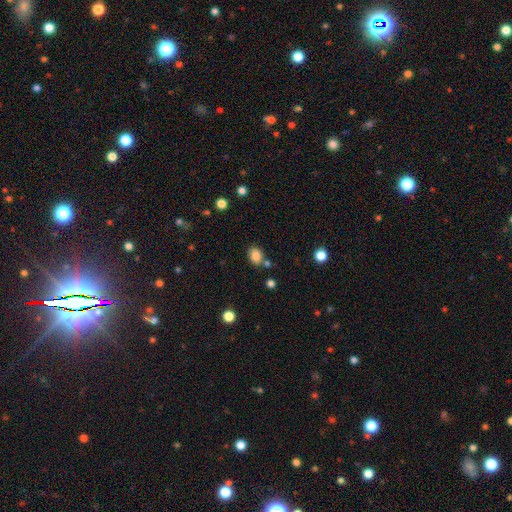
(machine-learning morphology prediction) Overall: smooth (83%). How rounded: in between (60%; round 39%). Merging: none (73%).